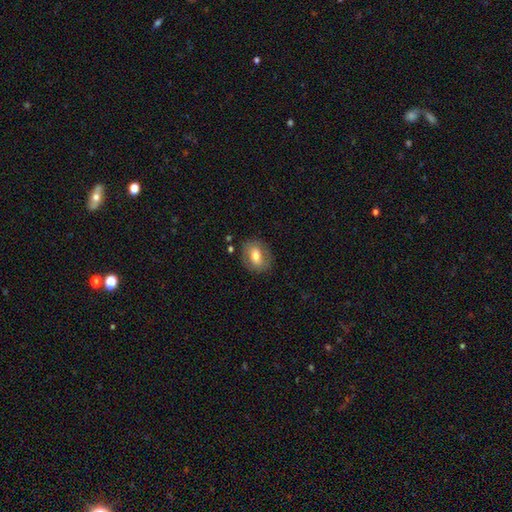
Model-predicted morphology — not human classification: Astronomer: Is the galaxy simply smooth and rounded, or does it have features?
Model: smooth — 64%.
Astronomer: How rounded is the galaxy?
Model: in between — 63%.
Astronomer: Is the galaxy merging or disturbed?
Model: none — 80%.